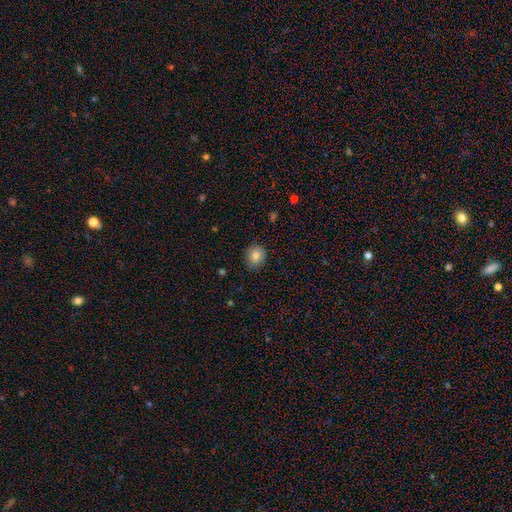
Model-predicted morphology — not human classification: type=smooth (83%); roundness=round (70%); merging=none (84%).